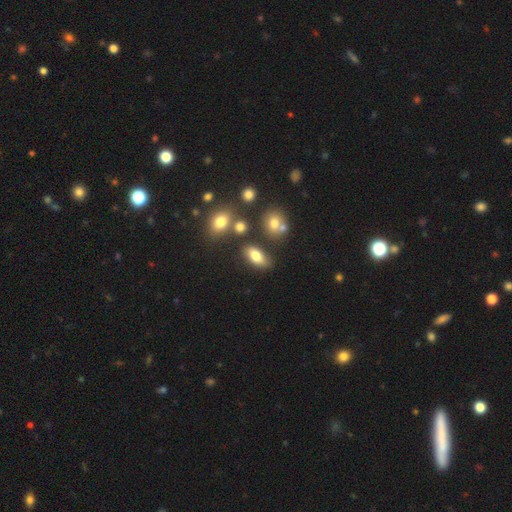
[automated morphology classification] This is likely a smooth galaxy (77%). How rounded: clearly in between (85%). Merging: likely none (72%).